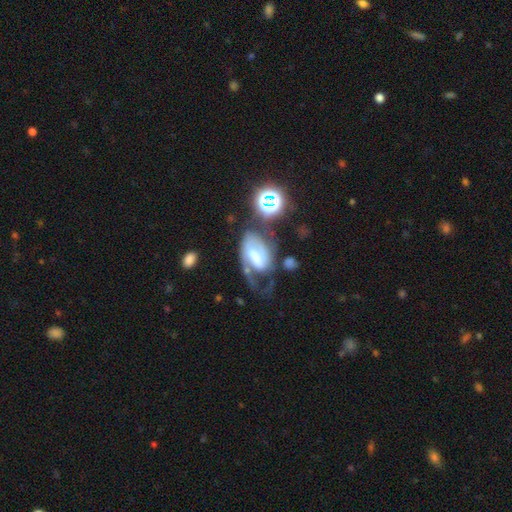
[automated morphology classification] A featured or disk galaxy (68%) with a weak bar (42%), 2 (42%) medium (41%) spiral arms (83%) and a moderate central bulge (28%). Merging: major disturbance (43%).